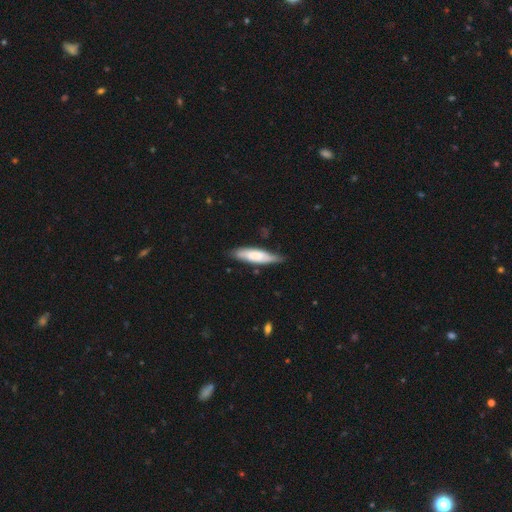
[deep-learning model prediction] This appears to be a smooth galaxy with no disk features (65%) that is cigar-shaped (66%). Merging: none (72%).